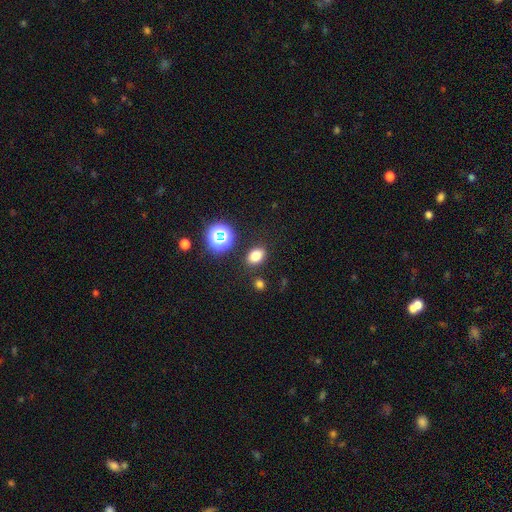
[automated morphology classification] Smooth or featured?
  - smooth: 76% *
  - star or artifact: 16%
  - featured or disk: 7%
How rounded?
  - in between: 72% *
  - round: 27%
  - cigar-shaped: 1%
Merging?
  - none: 84% *
  - minor disturbance: 9%
  - merger: 4%
  - major disturbance: 3%